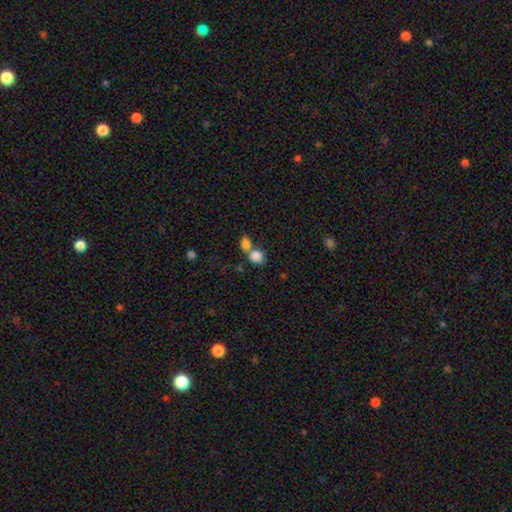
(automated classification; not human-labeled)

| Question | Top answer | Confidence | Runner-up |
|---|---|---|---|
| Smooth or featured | smooth | 84% | star or artifact (9%) |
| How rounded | round | 58% | in between (41%) |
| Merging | merger | 56% | none (33%) |